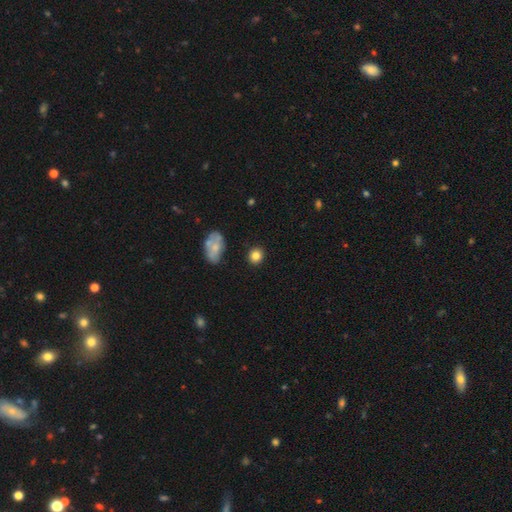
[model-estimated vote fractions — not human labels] smooth 83%, star or artifact 10%, featured or disk 7%. Down the decision tree: how rounded — round (84%); merging — none (87%).